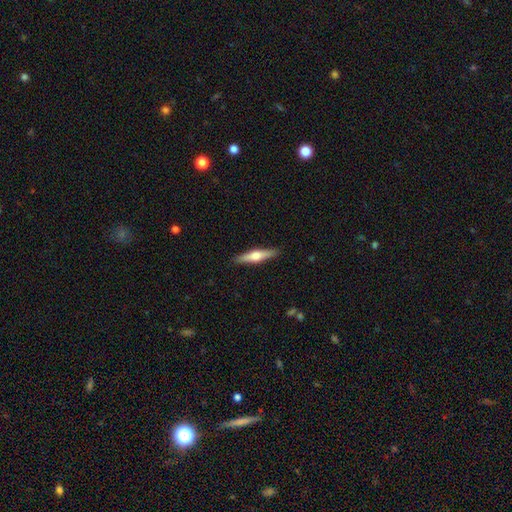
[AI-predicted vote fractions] This is possibly a featured or disk galaxy (52%). It is clearly viewed edge-on (96%). Merging: clearly none (90%).